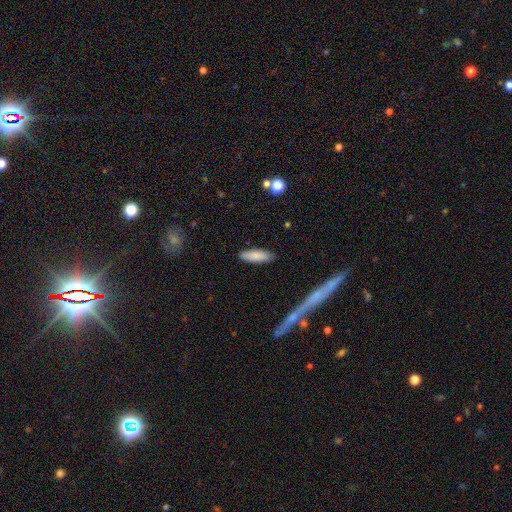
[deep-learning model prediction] Q: Smooth or featured?
A: smooth (84%); runner-up: featured or disk (10%)
Q: How rounded?
A: in between (53%); runner-up: cigar-shaped (45%)
Q: Merging?
A: none (86%); runner-up: minor disturbance (10%)